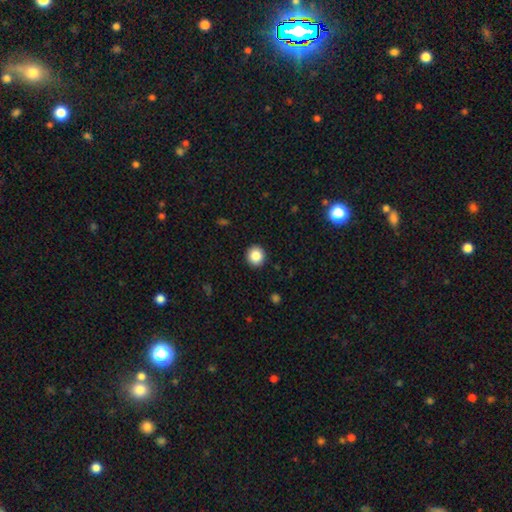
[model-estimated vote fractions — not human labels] A smooth galaxy with no disk features (87%) that is round (92%). Merging: none (92%).